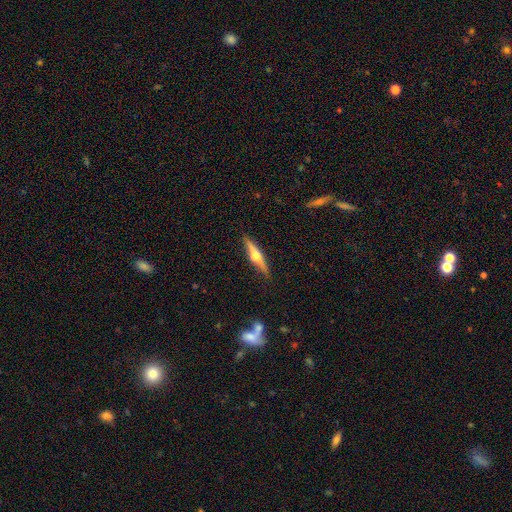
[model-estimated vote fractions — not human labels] smooth_or_featured: featured or disk (p=0.69) [alt: smooth p=0.25]
disk_edge_on: yes (p=0.97) [alt: no p=0.03]
edge_on_bulge: rounded (p=0.94) [alt: boxy p=0.03]
merging: none (p=0.87) [alt: minor disturbance p=0.10]